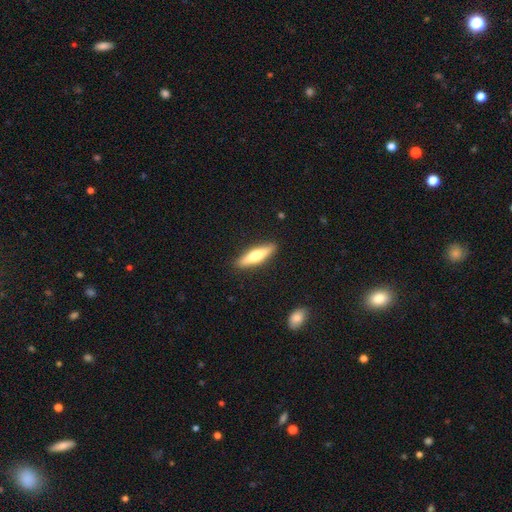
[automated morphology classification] This appears to be a smooth galaxy with no disk features (50%). Merging: none (90%).